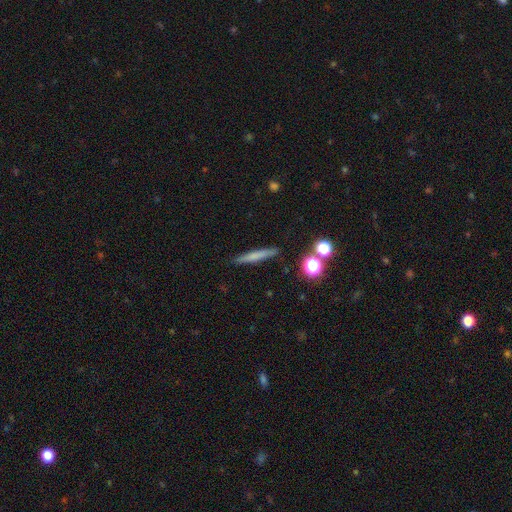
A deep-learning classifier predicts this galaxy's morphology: Smooth or featured?
  - smooth: 63% *
  - featured or disk: 28%
  - star or artifact: 9%
How rounded?
  - cigar-shaped: 93% *
  - in between: 5%
  - round: 3%
Merging?
  - none: 88% *
  - minor disturbance: 7%
  - merger: 2%
  - major disturbance: 2%